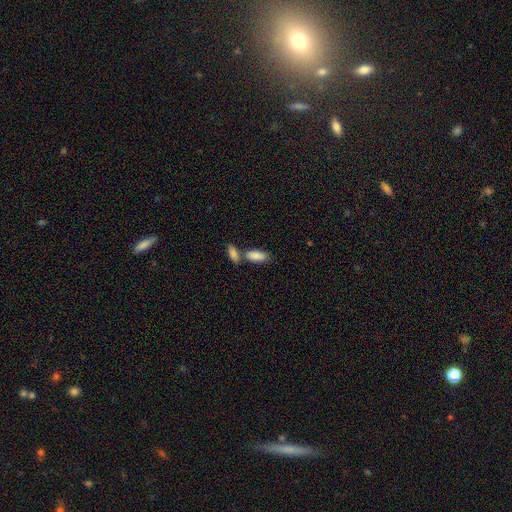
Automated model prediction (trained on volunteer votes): Morphology: type=smooth (87%); roundness=in between (87%); merging=merger (44%).